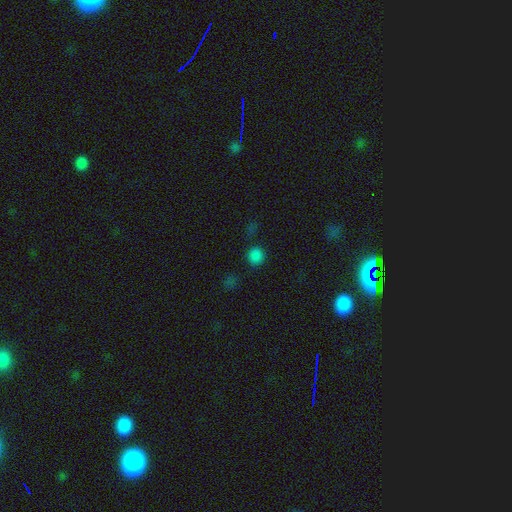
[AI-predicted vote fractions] A smooth galaxy with no disk features (79%) that is round (90%).

Vote fractions:
- Smooth or featured? smooth: 79% / star or artifact: 17% / featured or disk: 3%
- How rounded? round: 90% / in between: 8% / cigar-shaped: 1%
- Merging? none: 86% / minor disturbance: 8% / merger: 4% / major disturbance: 3%